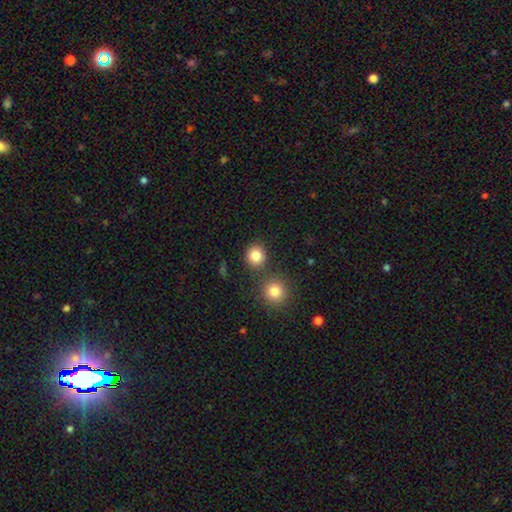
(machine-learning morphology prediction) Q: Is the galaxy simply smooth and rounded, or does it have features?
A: smooth — 84%.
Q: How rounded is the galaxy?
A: round — 85%.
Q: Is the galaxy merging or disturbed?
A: none — 77%.